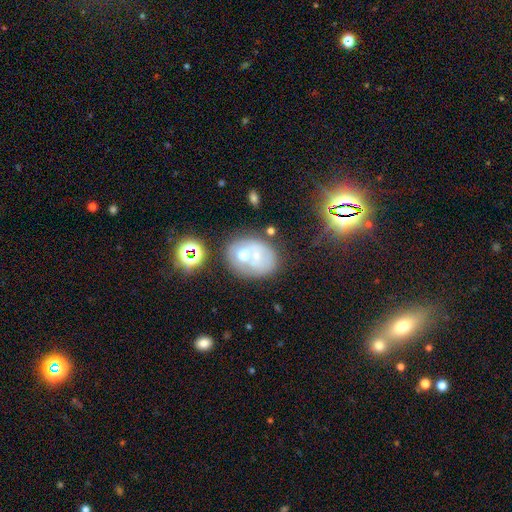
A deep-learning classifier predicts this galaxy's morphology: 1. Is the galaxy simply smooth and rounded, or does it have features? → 42% smooth, 41% featured or disk, 17% star or artifact.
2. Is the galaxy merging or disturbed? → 45% none, 31% merger, 16% minor disturbance, 8% major disturbance.